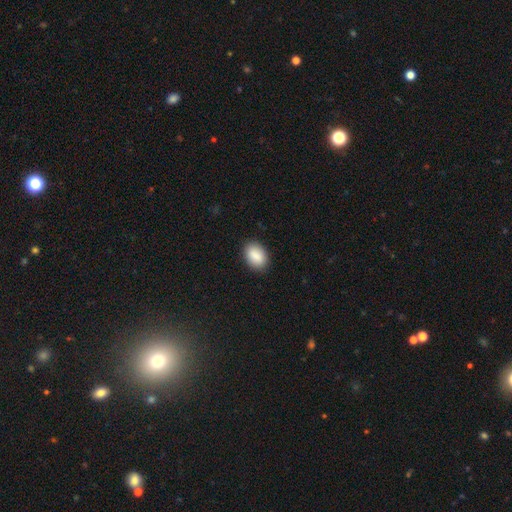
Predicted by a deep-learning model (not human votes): Smooth or featured? smooth (89%)
How rounded? in between (85%)
Merging? none (88%)